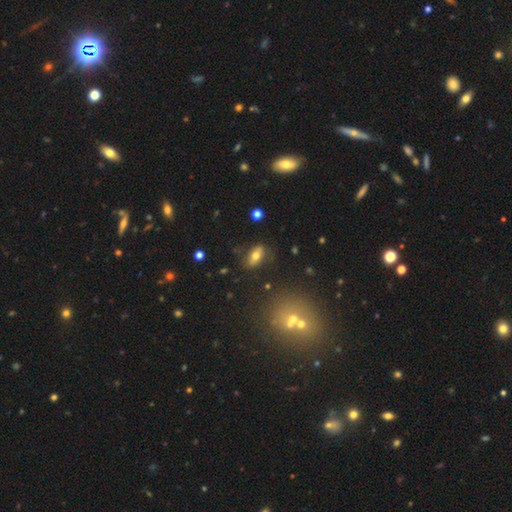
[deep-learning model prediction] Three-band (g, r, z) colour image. It shows a smooth galaxy with no disk features (58%) that is in between round and cigar-shaped (82%). Merging: none (74%).